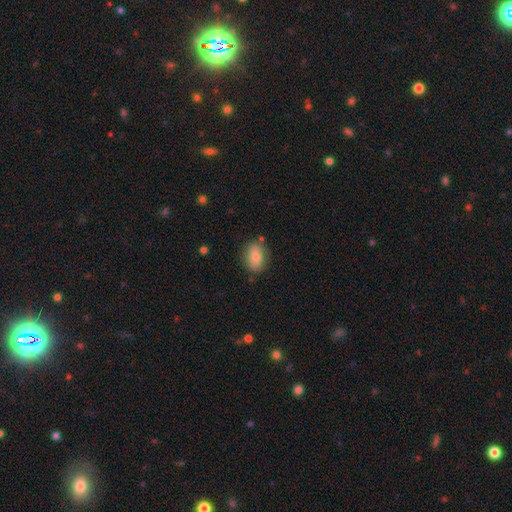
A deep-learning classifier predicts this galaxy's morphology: type=smooth (80%); roundness=in between (82%); merging=none (79%).